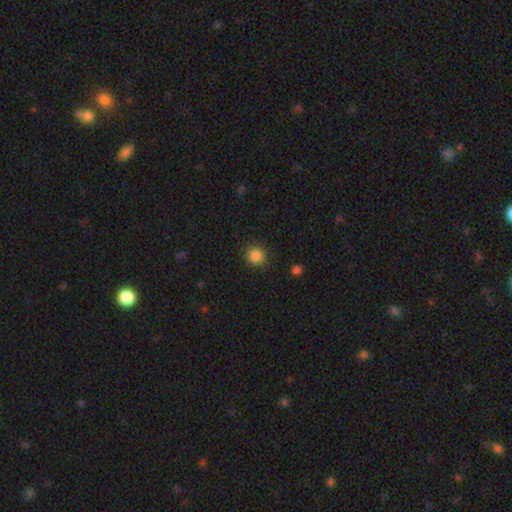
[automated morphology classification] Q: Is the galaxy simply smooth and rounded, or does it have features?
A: smooth — 86%.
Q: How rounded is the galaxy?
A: round — 89%.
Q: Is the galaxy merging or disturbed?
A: none — 88%.